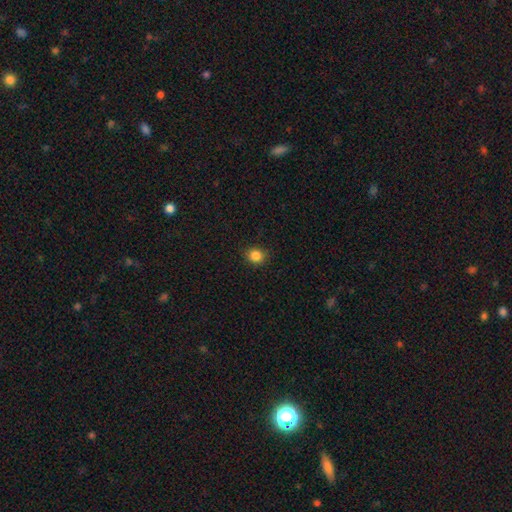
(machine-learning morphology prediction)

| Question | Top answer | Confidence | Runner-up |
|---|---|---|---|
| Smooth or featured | smooth | 85% | star or artifact (11%) |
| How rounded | round | 83% | in between (16%) |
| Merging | none | 88% | minor disturbance (8%) |